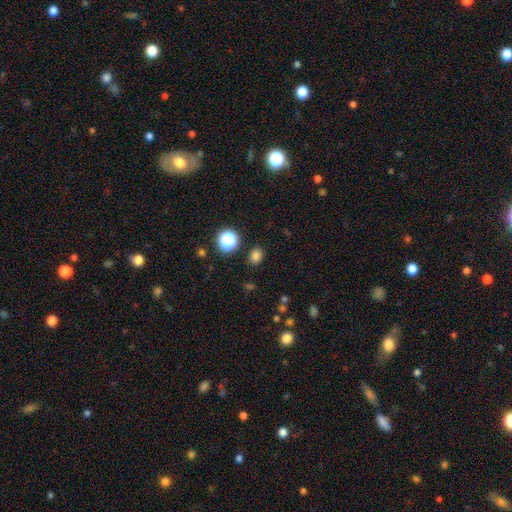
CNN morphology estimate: Smooth or featured? smooth (79%)
How rounded? round (59%)
Merging? none (88%)